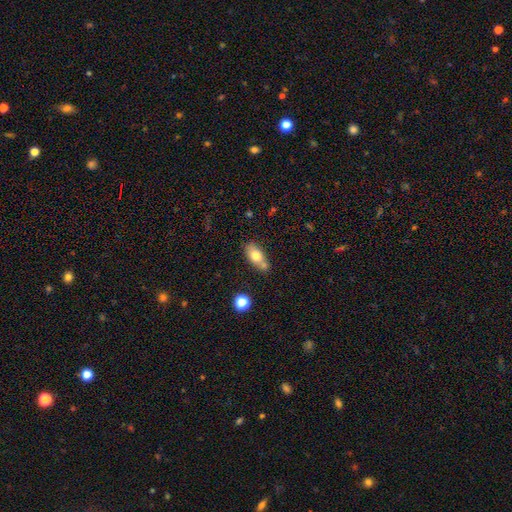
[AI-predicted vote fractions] Smooth or featured?
  - smooth: 74% *
  - featured or disk: 18%
  - star or artifact: 8%
How rounded?
  - in between: 84% *
  - cigar-shaped: 9%
  - round: 7%
Merging?
  - none: 58% *
  - merger: 21%
  - minor disturbance: 17%
  - major disturbance: 4%